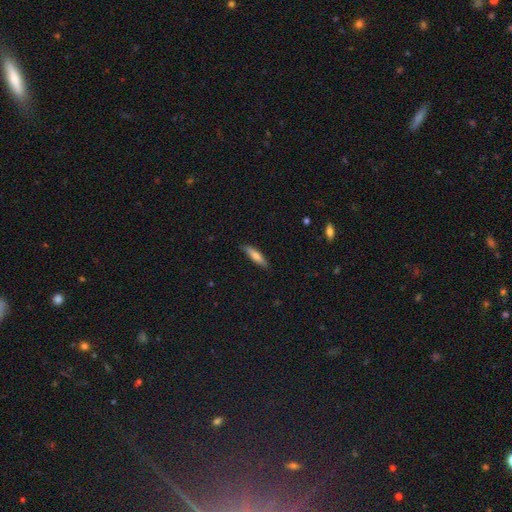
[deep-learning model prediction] A smooth galaxy with no disk features (66%) that is cigar-shaped (75%). Merging: none (87%).